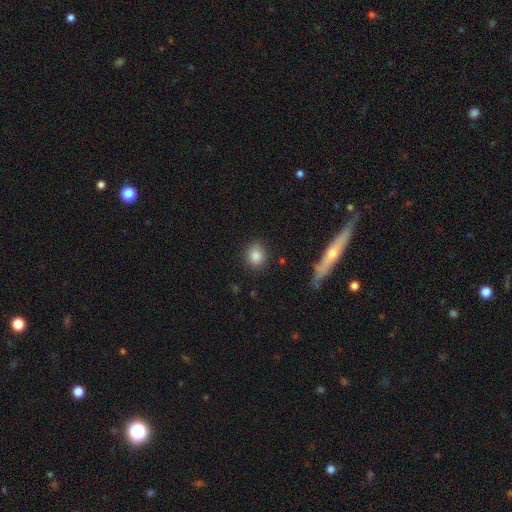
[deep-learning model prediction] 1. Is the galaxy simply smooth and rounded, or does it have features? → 85% smooth, 9% star or artifact, 6% featured or disk.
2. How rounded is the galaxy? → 78% round, 20% in between, 1% cigar-shaped.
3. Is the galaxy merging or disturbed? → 86% none, 9% minor disturbance, 3% major disturbance, 2% merger.